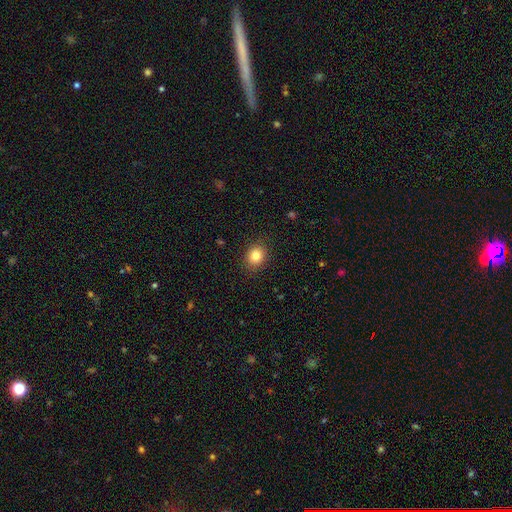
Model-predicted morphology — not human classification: Smooth or featured: smooth — 83% (star or artifact — 10%)
How rounded: round — 63% (in between — 36%)
Merging: none — 88% (minor disturbance — 8%)